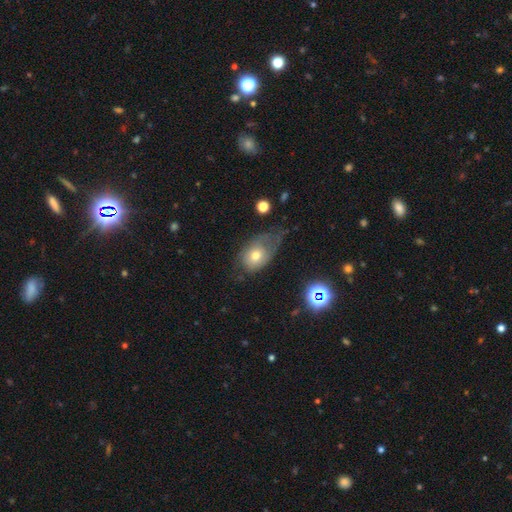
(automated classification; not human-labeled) Morphology: type=smooth (62%); roundness=in between (73%); merging=major disturbance (36%).